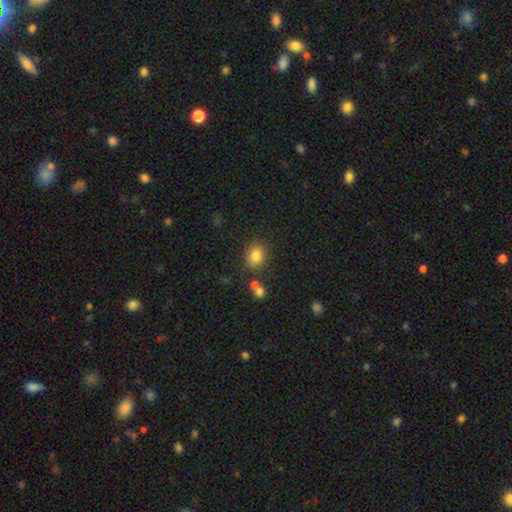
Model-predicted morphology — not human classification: smooth_or_featured: smooth (p=0.82) [alt: star or artifact p=0.12]
how_rounded: round (p=0.67) [alt: in between p=0.33]
merging: none (p=0.79) [alt: minor disturbance p=0.11]